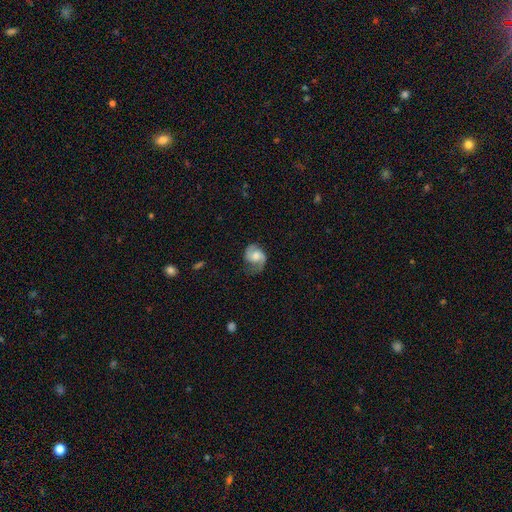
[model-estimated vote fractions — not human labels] smooth_or_featured: featured or disk (p=0.73) [alt: smooth p=0.20]
disk_edge_on: no (p=0.98) [alt: yes p=0.02]
bar: no (p=0.59) [alt: weak p=0.34]
has_spiral_arms: yes (p=0.94) [alt: no p=0.06]
spiral_winding: medium (p=0.48) [alt: loose p=0.31]
spiral_arm_count: 2 (p=0.80) [alt: 1 p=0.12]
bulge_size: moderate (p=0.54) [alt: small p=0.23]
merging: none (p=0.60) [alt: minor disturbance p=0.24]